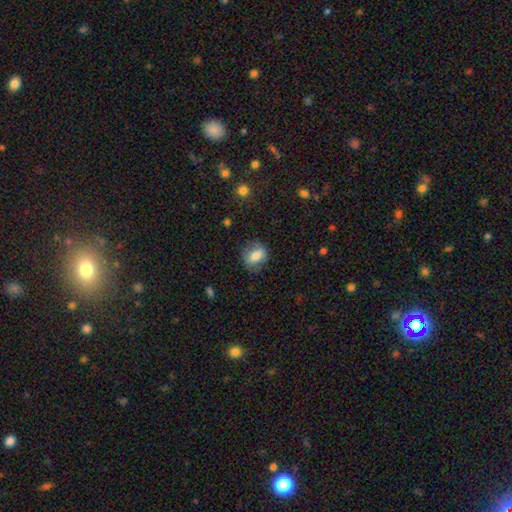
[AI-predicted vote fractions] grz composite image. It shows a smooth galaxy with no disk features (72%) that is round (57%). Merging: none (69%).